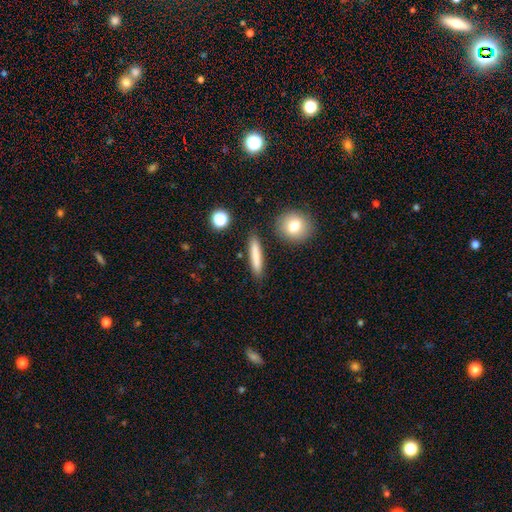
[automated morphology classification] smooth_or_featured: smooth (p=0.79) [alt: featured or disk p=0.14]
how_rounded: cigar-shaped (p=0.89) [alt: in between p=0.08]
merging: none (p=0.88) [alt: minor disturbance p=0.07]